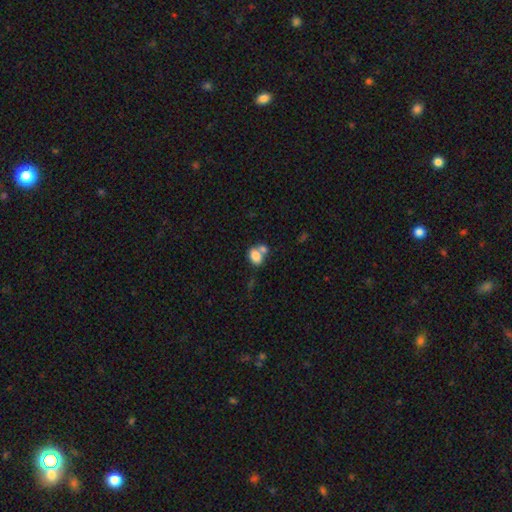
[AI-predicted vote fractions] Morphology: type=smooth (81%); roundness=in between (73%); merging=merger (49%).